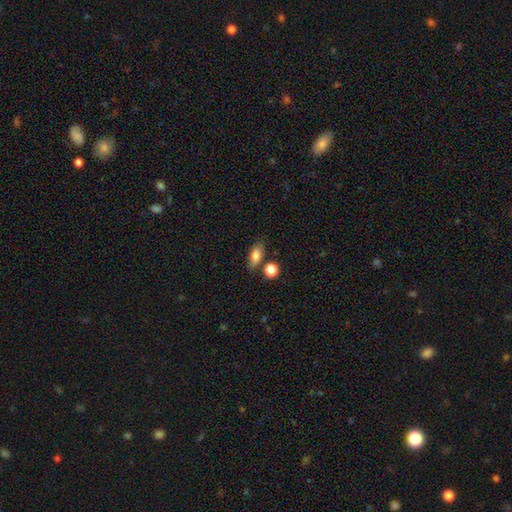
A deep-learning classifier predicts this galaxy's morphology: Q: Smooth or featured?
A: smooth (79%); runner-up: featured or disk (12%)
Q: How rounded?
A: in between (80%); runner-up: cigar-shaped (10%)
Q: Merging?
A: none (72%); runner-up: minor disturbance (14%)